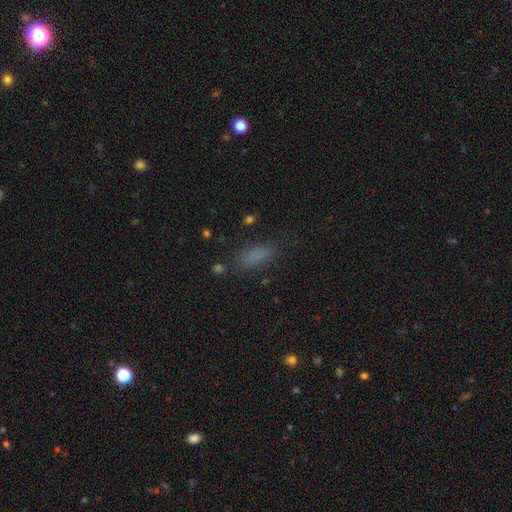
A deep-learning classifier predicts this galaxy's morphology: This appears to be a smooth galaxy with no disk features (79%) that is in between round and cigar-shaped (72%). Merging: none (76%).